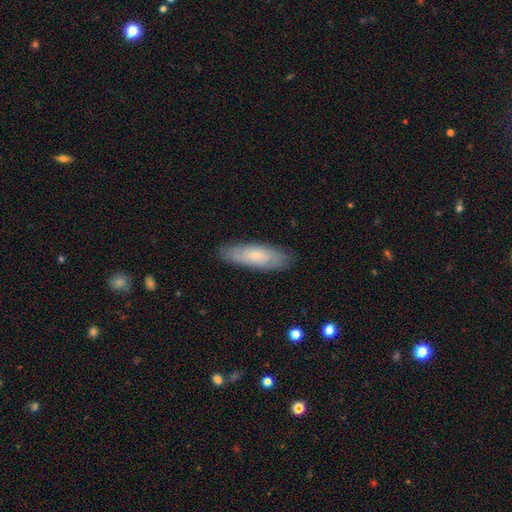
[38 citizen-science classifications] Smooth or featured? 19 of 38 (50%) said featured or disk. Edge-on disk? 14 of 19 (74%) said no. Bar? 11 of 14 (79%) said no. Spiral arms? 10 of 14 (71%) said yes. Spiral winding? 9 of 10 (90%) said tight. Spiral arm count? 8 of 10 (80%) said can't tell. Bulge size? 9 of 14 (64%) said small. Merging? 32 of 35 (91%) said none.